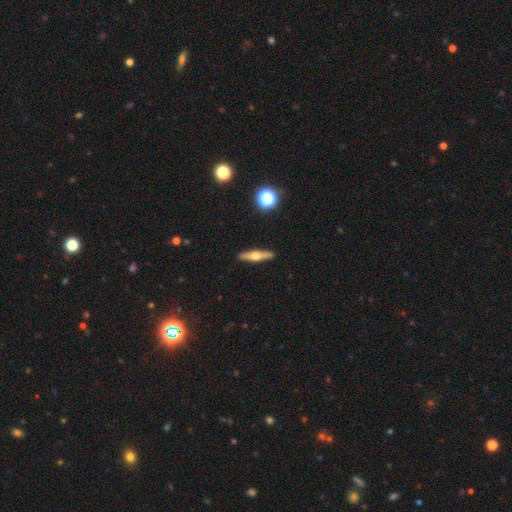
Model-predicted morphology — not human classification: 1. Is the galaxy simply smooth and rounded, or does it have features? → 57% featured or disk, 36% smooth, 7% star or artifact.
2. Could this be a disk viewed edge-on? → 93% yes, 7% no.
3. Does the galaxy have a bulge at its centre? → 94% rounded, 3% none, 3% boxy.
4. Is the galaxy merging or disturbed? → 91% none, 6% minor disturbance, 1% major disturbance, 1% merger.